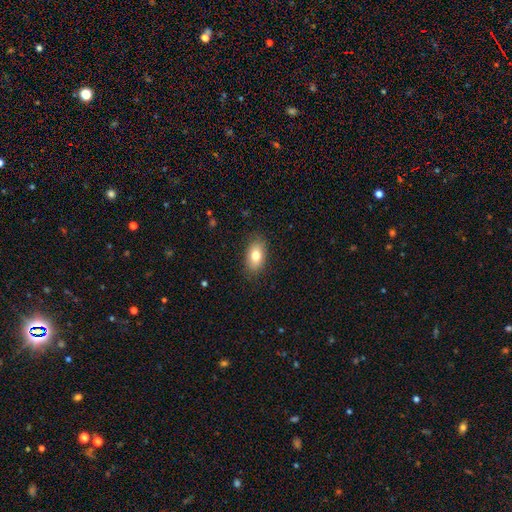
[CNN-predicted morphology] Smooth or featured? Predicted: smooth (p=0.79). How rounded? Predicted: in between (p=0.88). Merging? Predicted: none (p=0.85).